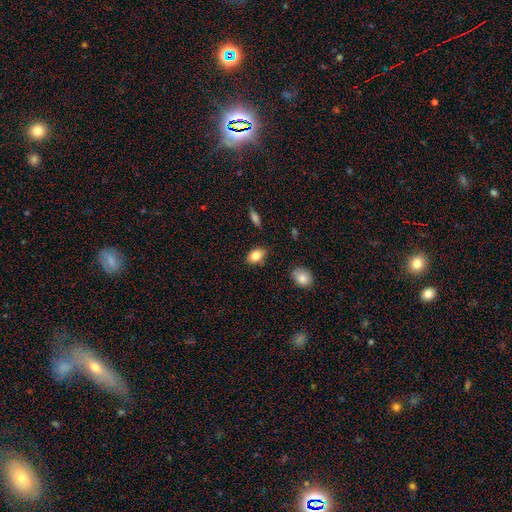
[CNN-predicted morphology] This is clearly a smooth galaxy (83%). How rounded: clearly in between (83%). Merging: clearly none (83%).